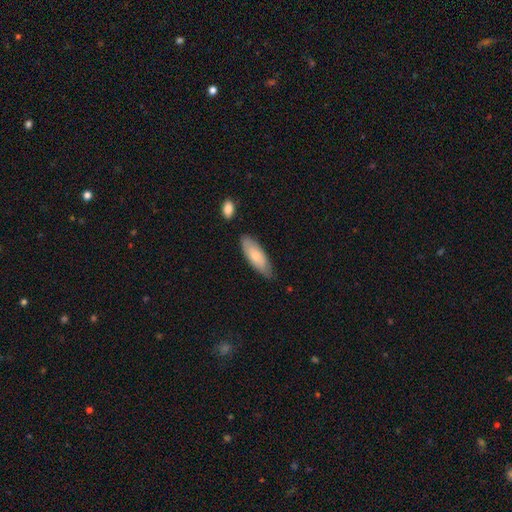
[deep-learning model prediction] smooth_or_featured: smooth (p=0.73) [alt: featured or disk p=0.22]
how_rounded: in between (p=0.67) [alt: cigar-shaped p=0.32]
merging: none (p=0.76) [alt: minor disturbance p=0.18]